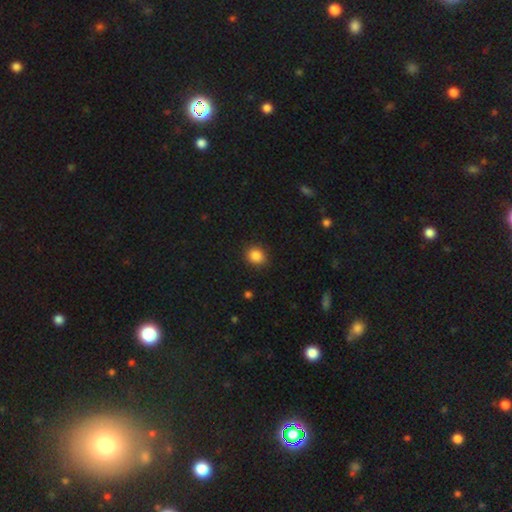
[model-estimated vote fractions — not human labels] This is clearly a smooth galaxy (86%). How rounded: likely round (78%). Merging: clearly none (88%).